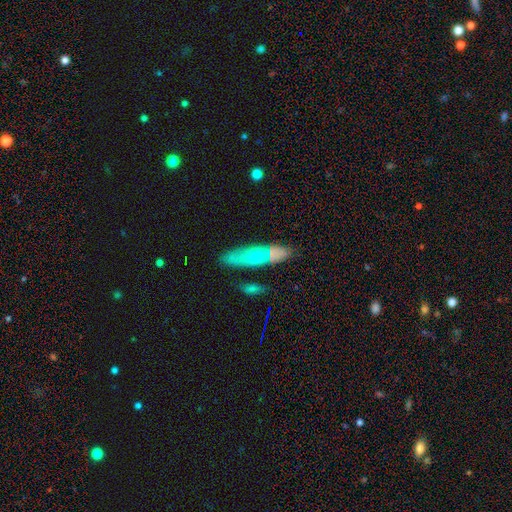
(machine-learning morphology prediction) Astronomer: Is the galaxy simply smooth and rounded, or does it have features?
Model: smooth — 53% (runner-up: featured or disk, 38%).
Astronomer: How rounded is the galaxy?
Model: cigar-shaped — 48% (runner-up: in between, 47%).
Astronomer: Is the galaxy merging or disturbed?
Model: none — 64%.